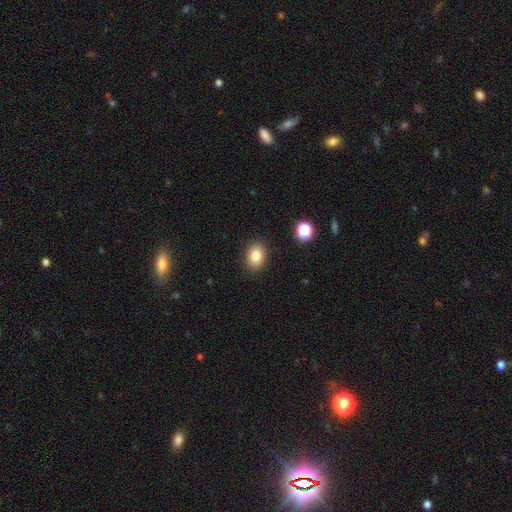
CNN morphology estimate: This appears to be a smooth galaxy with no disk features (83%) that is in between round and cigar-shaped (71%). Merging: none (88%).